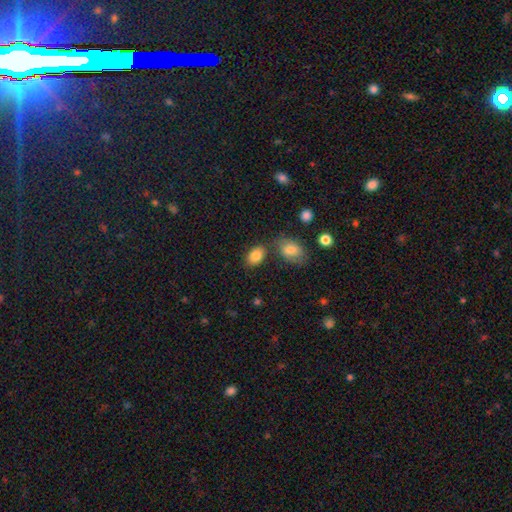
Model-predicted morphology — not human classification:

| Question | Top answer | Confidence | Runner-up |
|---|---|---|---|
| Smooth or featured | smooth | 84% | star or artifact (8%) |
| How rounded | in between | 84% | round (15%) |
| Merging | none | 70% | merger (14%) |